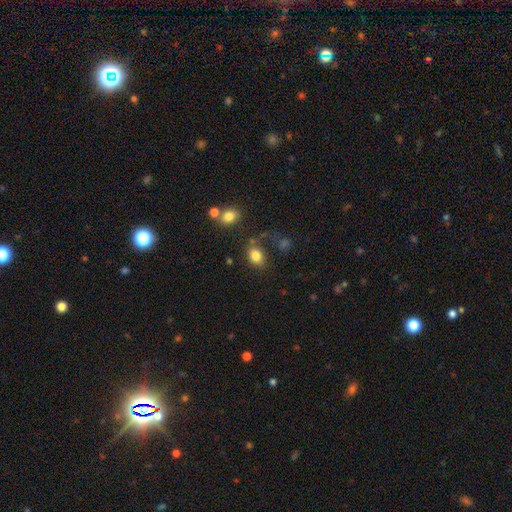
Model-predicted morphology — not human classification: smooth 82%, star or artifact 11%, featured or disk 7%. Down the decision tree: how rounded — in between (63%); merging — none (70%).